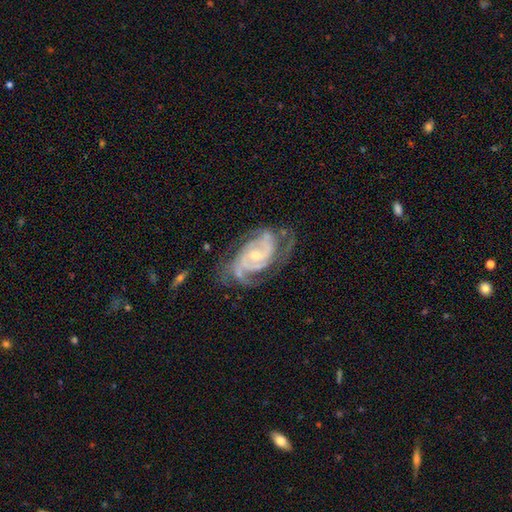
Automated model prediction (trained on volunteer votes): A featured or disk galaxy (90%) with no bar (49%), 2 (48%) tight (57%) spiral arms (98%) and a small central bulge (55%). Merging: none (65%).